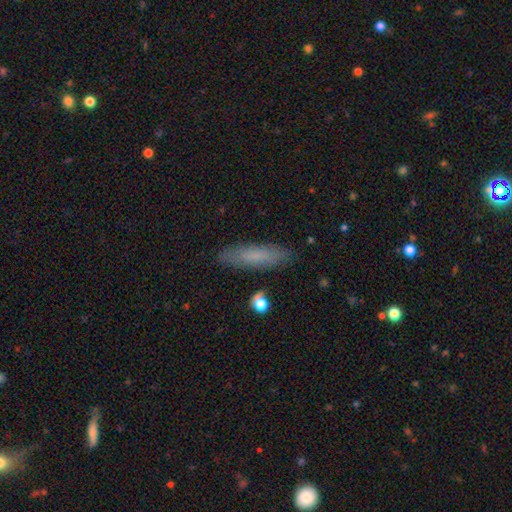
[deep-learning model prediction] The model was most divided on "how rounded": cigar-shaped: 72%, in between: 26%, round: 2%. More confident: merging — none (86%); smooth or featured — smooth (71%).